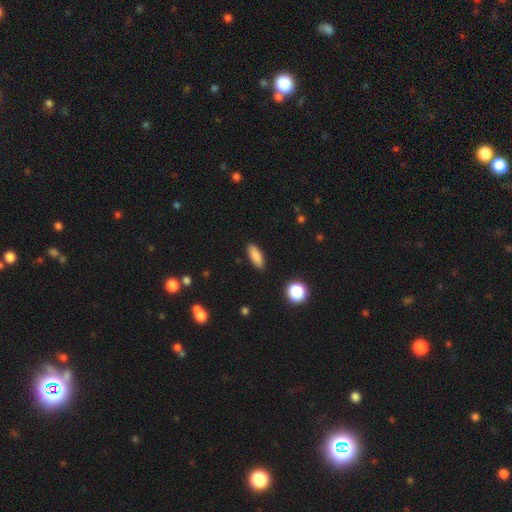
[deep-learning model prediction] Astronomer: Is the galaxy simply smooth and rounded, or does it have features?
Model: smooth — 87%.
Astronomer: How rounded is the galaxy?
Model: in between — 72%.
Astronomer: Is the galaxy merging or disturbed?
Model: none — 89%.